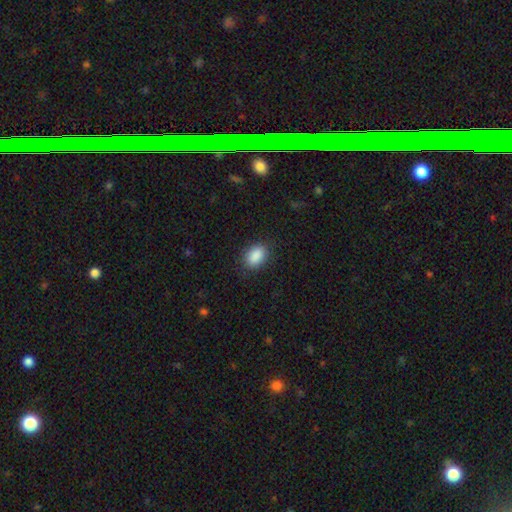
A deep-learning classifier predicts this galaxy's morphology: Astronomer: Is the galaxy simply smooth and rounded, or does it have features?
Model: smooth — 90%.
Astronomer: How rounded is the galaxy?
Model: in between — 84%.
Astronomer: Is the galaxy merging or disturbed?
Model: none — 86%.